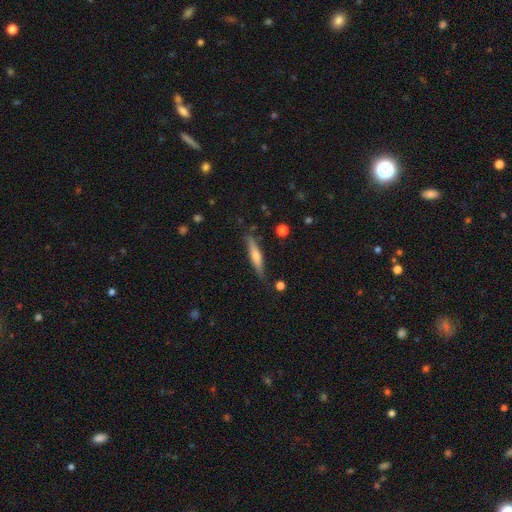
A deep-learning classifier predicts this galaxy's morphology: featured or disk 49%, smooth 44%, star or artifact 7%. Down the decision tree: merging — none (83%).